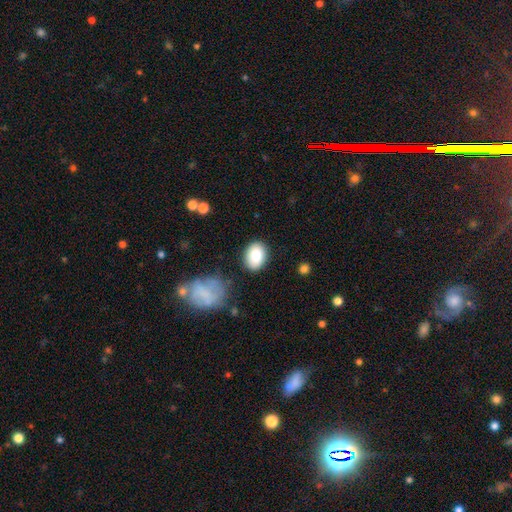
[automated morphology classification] Smooth or featured? smooth (86%)
How rounded? in between (75%)
Merging? none (83%)